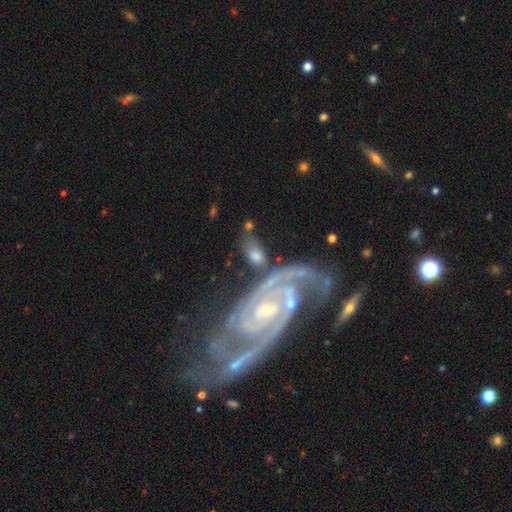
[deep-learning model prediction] Smooth or featured? smooth (49%)
Merging? none (50%)